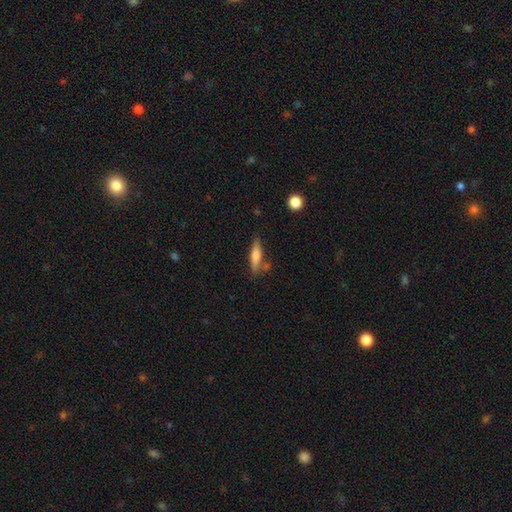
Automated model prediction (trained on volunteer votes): Morphology: type=smooth (65%); roundness=cigar-shaped (75%); merging=none (70%).